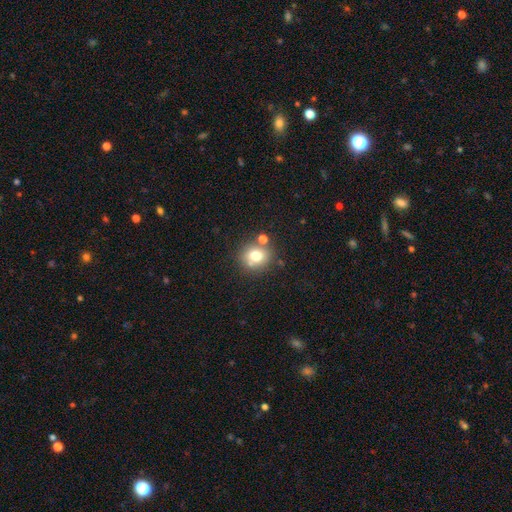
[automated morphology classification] The model was most divided on "merging": none: 70%, merger: 15%, minor disturbance: 11%, major disturbance: 4%. More confident: how rounded — round (80%); smooth or featured — smooth (73%).